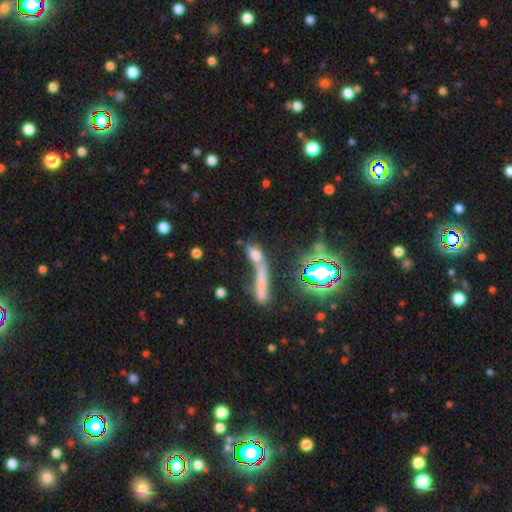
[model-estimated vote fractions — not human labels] smooth_or_featured: smooth (p=0.58) [alt: star or artifact p=0.23]
how_rounded: in between (p=0.50) [alt: cigar-shaped p=0.36]
merging: merger (p=0.51) [alt: none p=0.28]